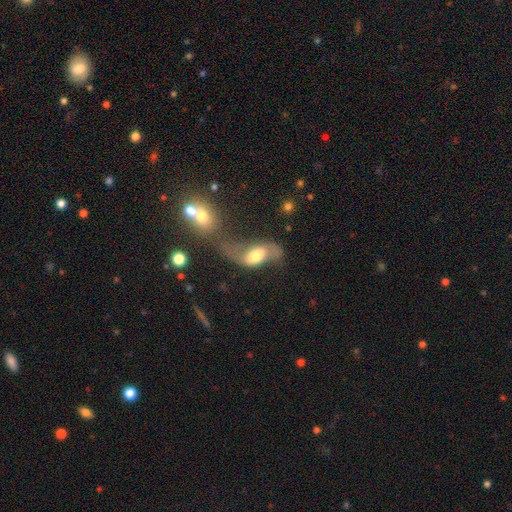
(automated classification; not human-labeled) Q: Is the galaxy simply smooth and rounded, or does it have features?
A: featured or disk — 58%.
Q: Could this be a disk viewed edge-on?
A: no — 91%.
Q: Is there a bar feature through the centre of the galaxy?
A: no — 48%.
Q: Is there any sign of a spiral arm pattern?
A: yes — 75%.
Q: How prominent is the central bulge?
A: moderate — 62%.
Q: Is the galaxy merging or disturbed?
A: merger — 31%.